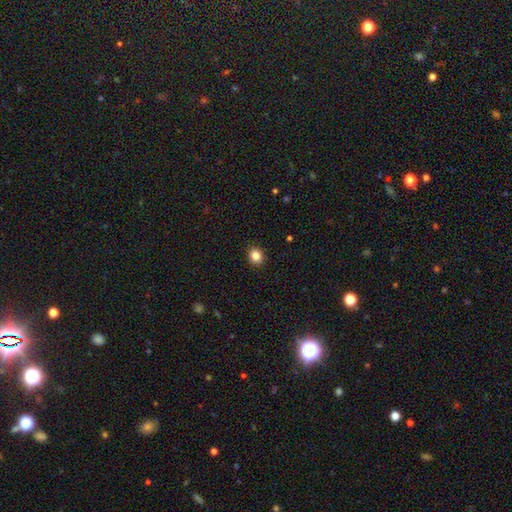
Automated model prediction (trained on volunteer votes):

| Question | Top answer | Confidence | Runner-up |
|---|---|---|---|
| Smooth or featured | smooth | 85% | star or artifact (11%) |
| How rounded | round | 73% | in between (26%) |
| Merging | none | 91% | minor disturbance (6%) |